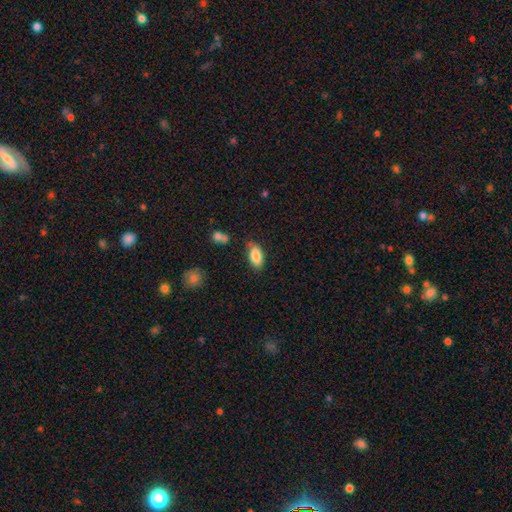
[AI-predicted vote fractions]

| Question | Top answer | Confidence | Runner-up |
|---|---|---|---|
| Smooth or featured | smooth | 86% | featured or disk (7%) |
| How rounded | in between | 91% | cigar-shaped (6%) |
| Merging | none | 73% | minor disturbance (19%) |